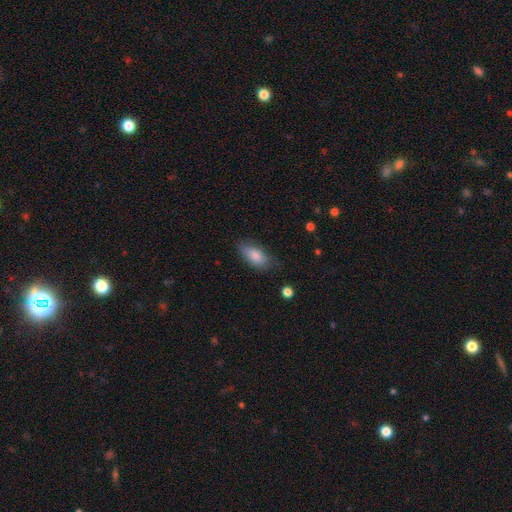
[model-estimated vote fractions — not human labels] smooth_or_featured: smooth (p=0.83) [alt: featured or disk p=0.10]
how_rounded: in between (p=0.88) [alt: cigar-shaped p=0.09]
merging: none (p=0.71) [alt: minor disturbance p=0.21]